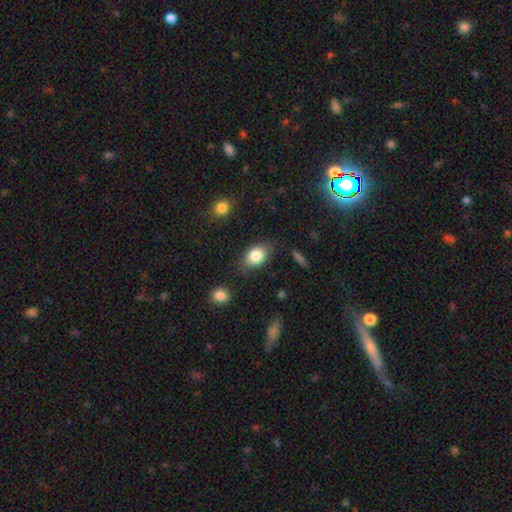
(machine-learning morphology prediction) Overall: smooth (82%). How rounded: in between (80%). Merging: none (75%).